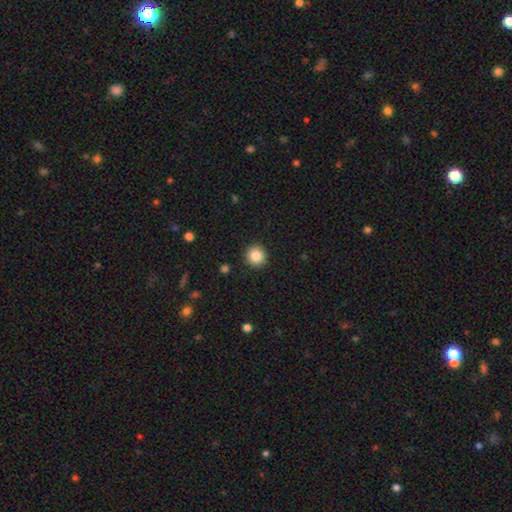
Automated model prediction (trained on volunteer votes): A smooth galaxy with no disk features (85%) that is round (94%). Merging: none (92%).